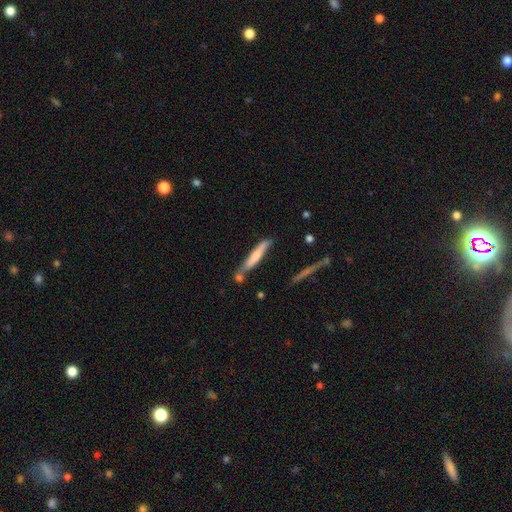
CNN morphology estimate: A smooth galaxy with no disk features (62%) that is cigar-shaped (92%).

Vote fractions:
- Smooth or featured? smooth: 62% / featured or disk: 32% / star or artifact: 6%
- How rounded? cigar-shaped: 92% / in between: 7% / round: 1%
- Merging? none: 56% / minor disturbance: 20% / merger: 18% / major disturbance: 6%